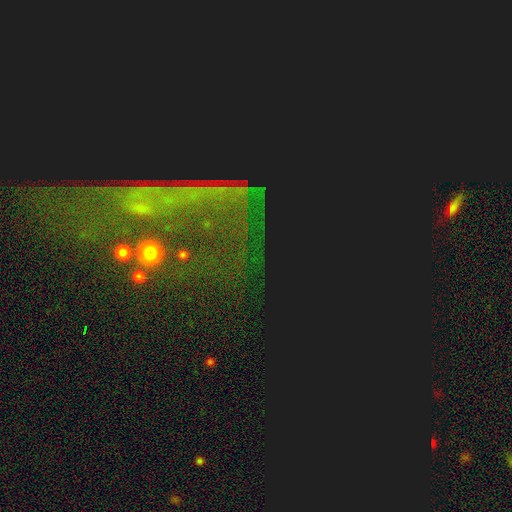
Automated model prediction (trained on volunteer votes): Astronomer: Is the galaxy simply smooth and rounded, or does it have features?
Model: star or artifact — 66%.